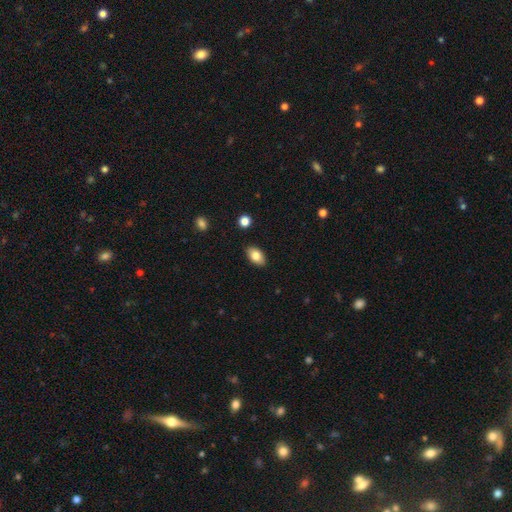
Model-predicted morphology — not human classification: smooth-or-featured: smooth: 82% | featured or disk: 10% | star or artifact: 8%
  how-rounded: in between: 92% | round: 7% | cigar-shaped: 2%
  merging: none: 88% | minor disturbance: 9% | major disturbance: 2% | merger: 1%